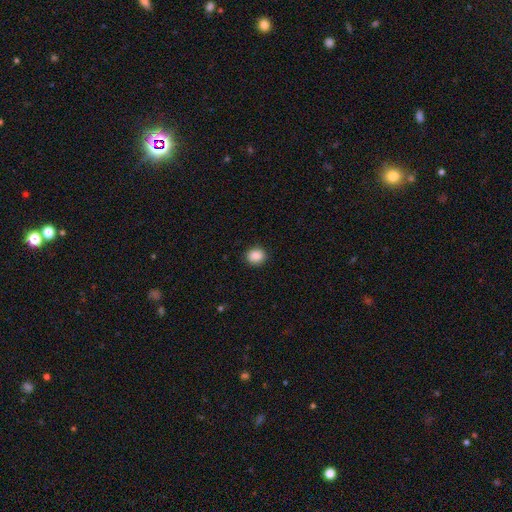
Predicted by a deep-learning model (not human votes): Smooth or featured?
  - smooth: 88% *
  - star or artifact: 9%
  - featured or disk: 3%
How rounded?
  - round: 71% *
  - in between: 28%
  - cigar-shaped: 1%
Merging?
  - none: 88% *
  - minor disturbance: 8%
  - major disturbance: 2%
  - merger: 1%